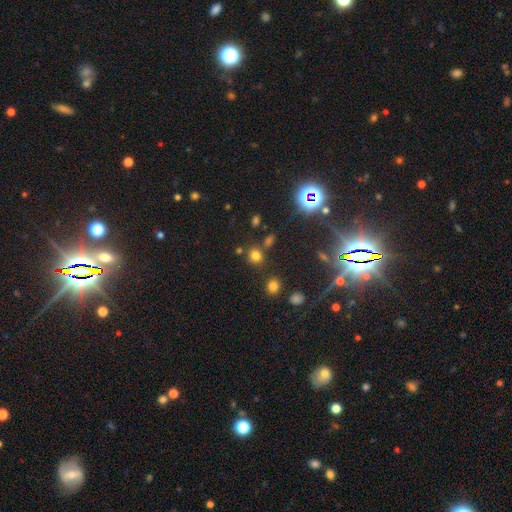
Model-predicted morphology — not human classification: A smooth galaxy with no disk features (71%) that is round (86%).

Vote fractions:
- Smooth or featured? smooth: 71% / star or artifact: 22% / featured or disk: 7%
- How rounded? round: 86% / in between: 13% / cigar-shaped: 1%
- Merging? none: 76% / merger: 11% / minor disturbance: 9% / major disturbance: 4%